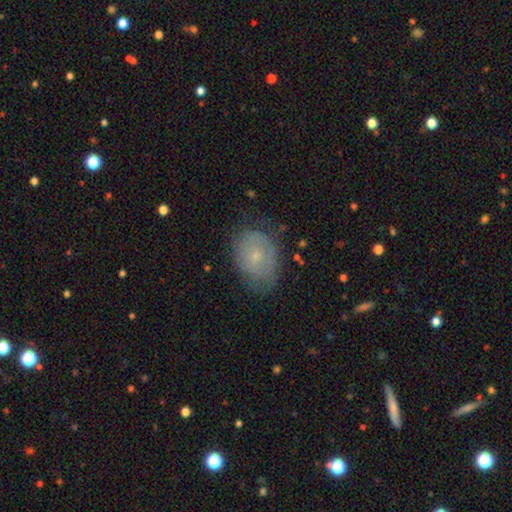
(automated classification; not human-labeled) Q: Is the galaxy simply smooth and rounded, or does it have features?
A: smooth — 54%.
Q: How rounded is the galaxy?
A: in between — 69%.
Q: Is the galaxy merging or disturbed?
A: none — 64%.